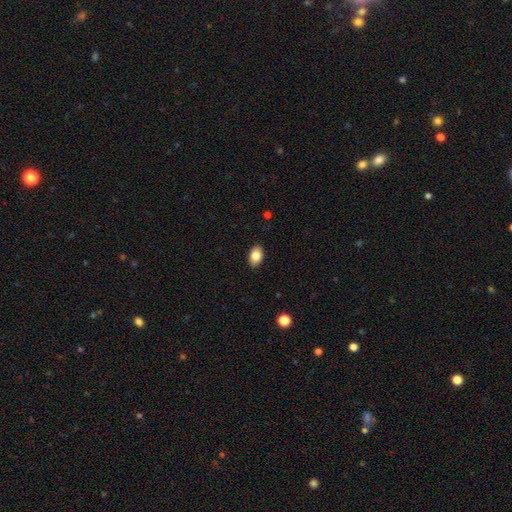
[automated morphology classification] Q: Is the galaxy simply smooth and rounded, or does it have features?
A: smooth — 83%.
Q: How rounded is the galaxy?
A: in between — 87%.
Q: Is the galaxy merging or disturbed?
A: none — 89%.